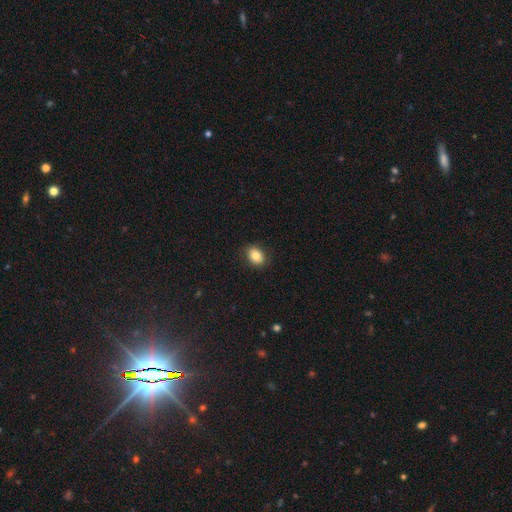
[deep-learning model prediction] This appears to be a smooth galaxy with no disk features (84%) that is in between round and cigar-shaped (73%). Merging: none (88%).